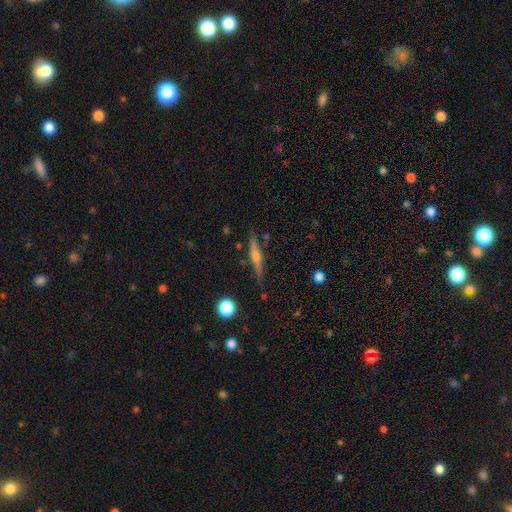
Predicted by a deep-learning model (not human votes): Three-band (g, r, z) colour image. It shows a featured or disk galaxy (67%) viewed edge-on (97%) with a rounded central bulge (83%). Merging: none (86%).